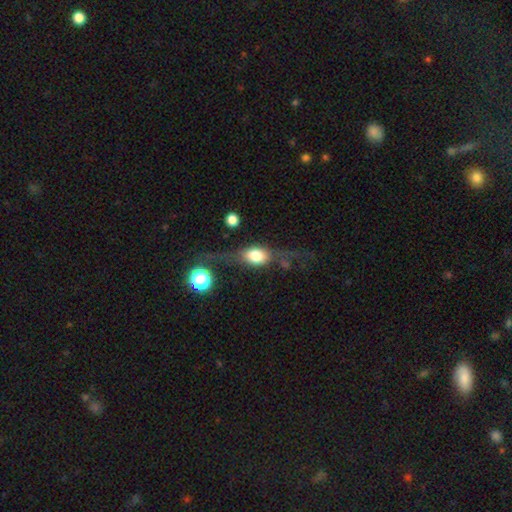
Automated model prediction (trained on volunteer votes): Morphology: type=featured or disk (49%); merging=none (53%).